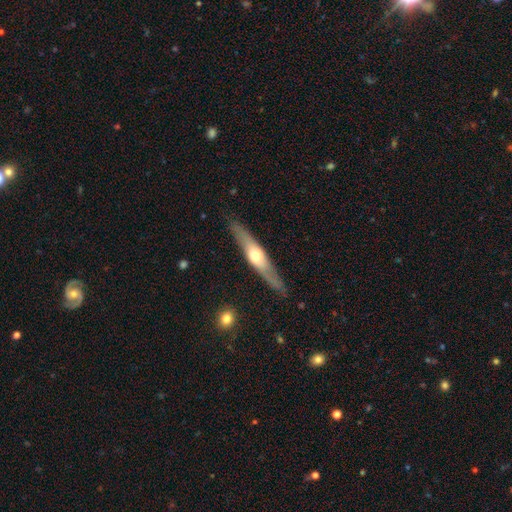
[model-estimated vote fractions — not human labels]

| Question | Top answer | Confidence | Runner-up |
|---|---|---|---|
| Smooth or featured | featured or disk | 63% | smooth (32%) |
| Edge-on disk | yes | 88% | no (12%) |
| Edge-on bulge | rounded | 88% | none (6%) |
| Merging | none | 85% | minor disturbance (11%) |